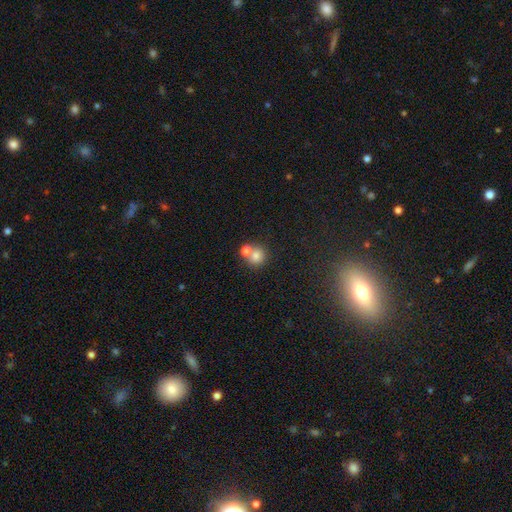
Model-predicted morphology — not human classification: This is likely a smooth galaxy (76%). How rounded: clearly round (86%). Merging: possibly none (46%).